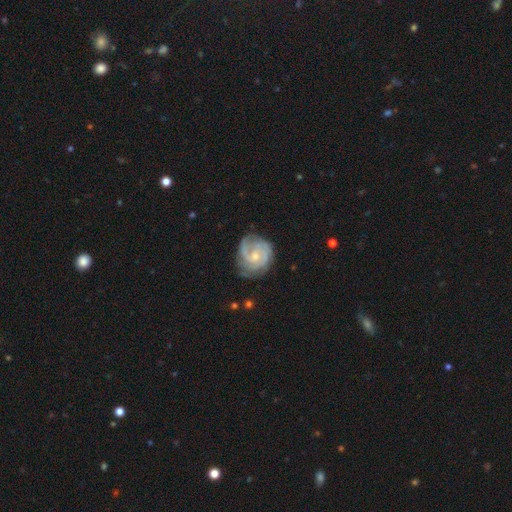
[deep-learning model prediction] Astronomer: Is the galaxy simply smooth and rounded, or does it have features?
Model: featured or disk — 83%.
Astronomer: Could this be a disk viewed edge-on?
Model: no — 98%.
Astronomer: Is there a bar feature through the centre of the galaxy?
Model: no — 65%.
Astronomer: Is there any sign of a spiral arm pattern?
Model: yes — 96%.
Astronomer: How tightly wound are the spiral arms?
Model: tight — 57% (runner-up: medium, 34%).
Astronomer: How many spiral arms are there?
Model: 2 — 41% (runner-up: 3, 23%).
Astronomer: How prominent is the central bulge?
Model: small — 62%.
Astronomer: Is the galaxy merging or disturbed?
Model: none — 69%.